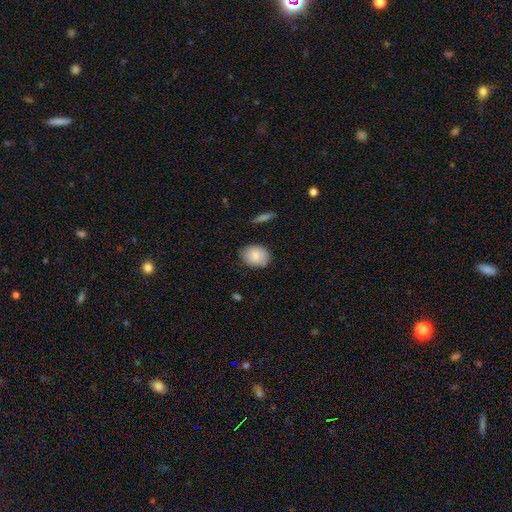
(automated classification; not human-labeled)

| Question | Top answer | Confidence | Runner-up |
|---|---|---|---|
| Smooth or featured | smooth | 83% | featured or disk (10%) |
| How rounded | in between | 66% | round (33%) |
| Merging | none | 81% | minor disturbance (15%) |